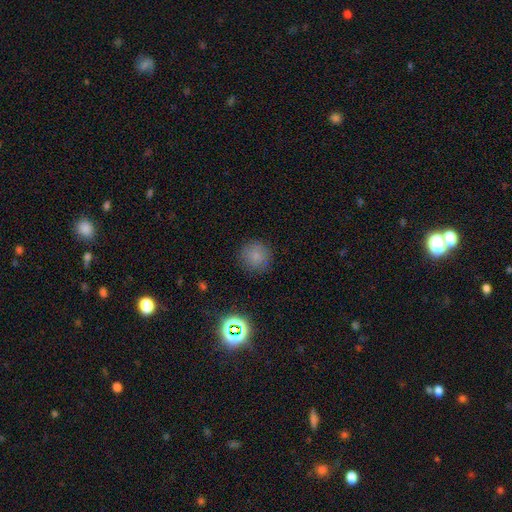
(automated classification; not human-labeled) smooth-or-featured: smooth: 79% | star or artifact: 15% | featured or disk: 7%
  how-rounded: round: 94% | in between: 5% | cigar-shaped: 1%
  merging: none: 87% | minor disturbance: 9% | major disturbance: 3% | merger: 1%